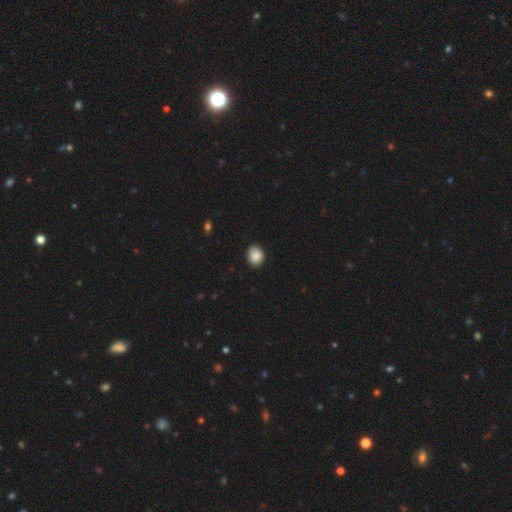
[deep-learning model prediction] The model was most divided on "how rounded": round: 57%, in between: 42%, cigar-shaped: 1%. More confident: merging — none (88%); smooth or featured — smooth (87%).